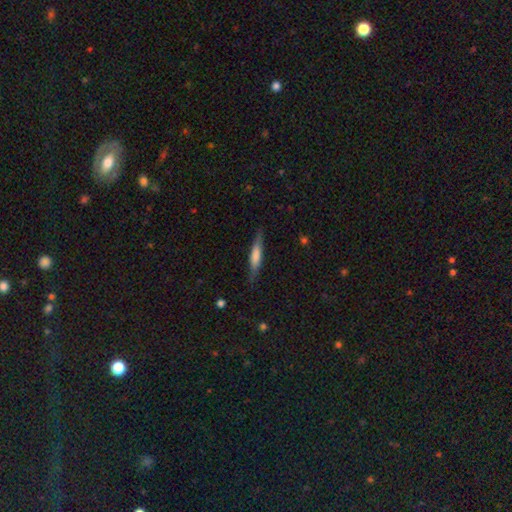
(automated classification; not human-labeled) Smooth or featured? Predicted: smooth (p=0.58). How rounded? Predicted: cigar-shaped (p=0.85). Merging? Predicted: none (p=0.80).